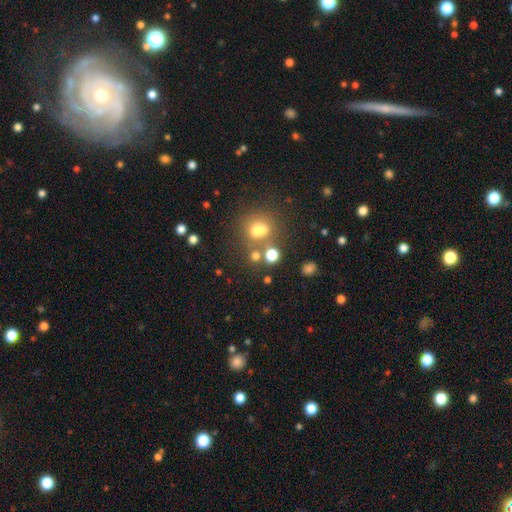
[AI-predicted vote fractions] Smooth or featured? Predicted: smooth (p=0.66). How rounded? Predicted: round (p=0.78). Merging? Predicted: none (p=0.56).